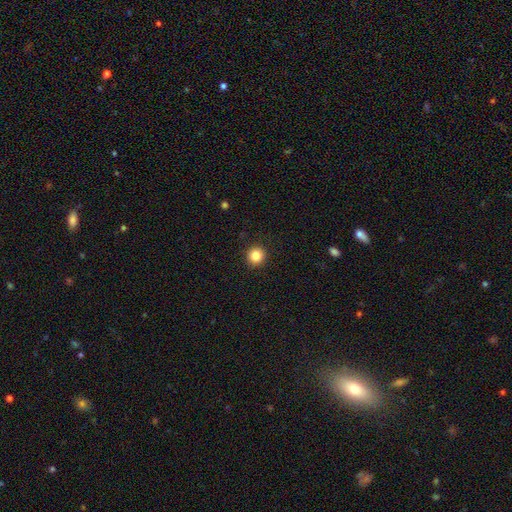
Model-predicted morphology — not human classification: type=smooth (85%); roundness=round (94%); merging=none (93%).